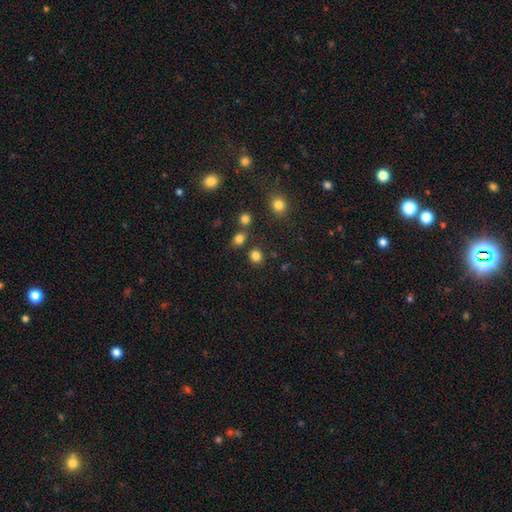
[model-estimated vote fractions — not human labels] smooth 82%, star or artifact 14%, featured or disk 4%. Down the decision tree: how rounded — round (82%); merging — none (81%).